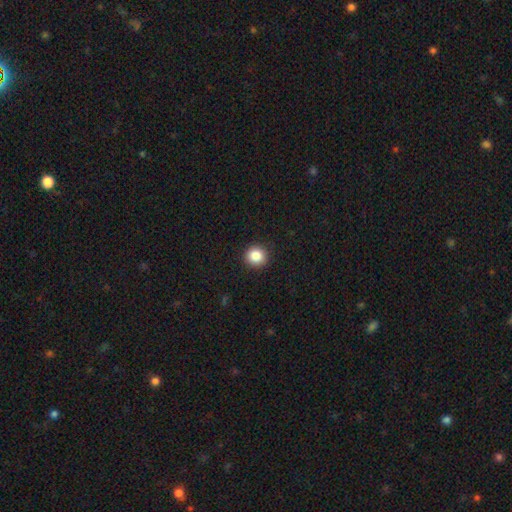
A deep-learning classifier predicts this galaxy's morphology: Smooth or featured? smooth (86%)
How rounded? round (90%)
Merging? none (92%)